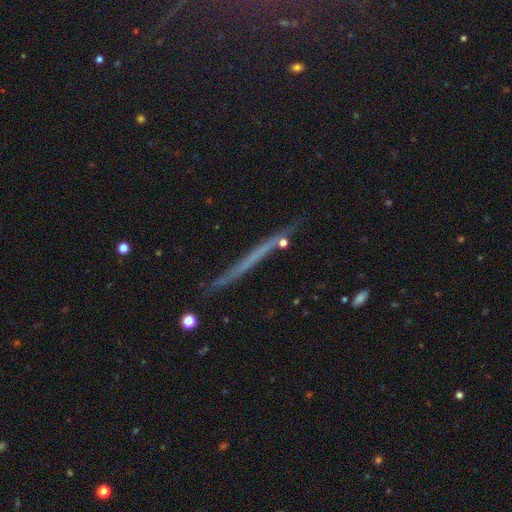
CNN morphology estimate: smooth-or-featured: featured or disk: 45% | smooth: 36% | star or artifact: 18%
  merging: none: 83% | minor disturbance: 11% | major disturbance: 3% | merger: 3%